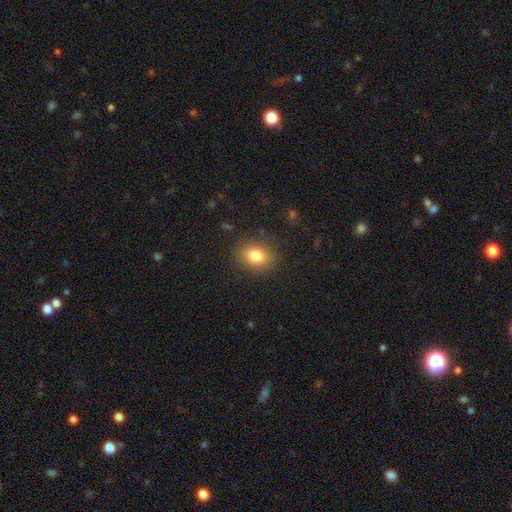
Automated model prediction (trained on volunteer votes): Smooth or featured? Predicted: smooth (p=0.82). How rounded? Predicted: in between (p=0.56). Merging? Predicted: none (p=0.85).